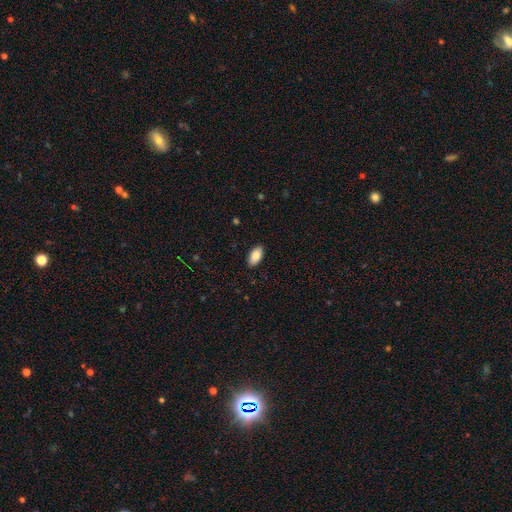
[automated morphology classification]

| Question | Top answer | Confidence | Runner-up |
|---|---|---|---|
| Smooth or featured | smooth | 87% | featured or disk (7%) |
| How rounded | in between | 94% | cigar-shaped (3%) |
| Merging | none | 89% | minor disturbance (8%) |